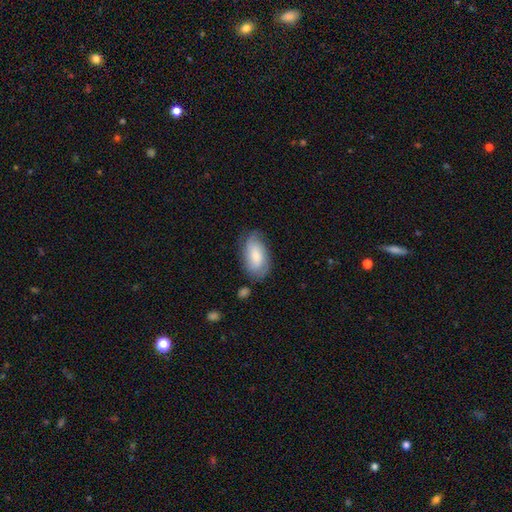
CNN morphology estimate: Smooth or featured? Predicted: smooth (p=0.66). How rounded? Predicted: in between (p=0.93). Merging? Predicted: none (p=0.70).